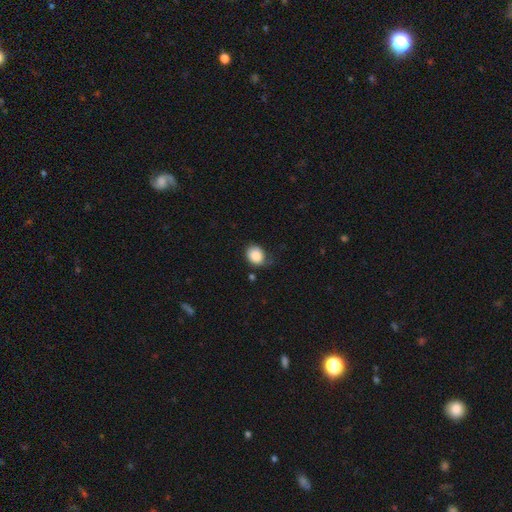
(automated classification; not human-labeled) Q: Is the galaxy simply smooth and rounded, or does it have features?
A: smooth — 85%.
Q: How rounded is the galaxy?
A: round — 56%.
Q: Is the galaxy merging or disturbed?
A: none — 60%.